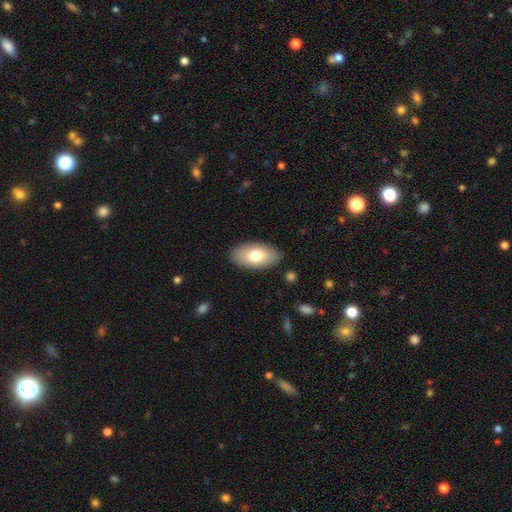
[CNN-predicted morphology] Smooth or featured: smooth — 74% (featured or disk — 19%)
How rounded: in between — 94% (round — 3%)
Merging: none — 87% (minor disturbance — 9%)